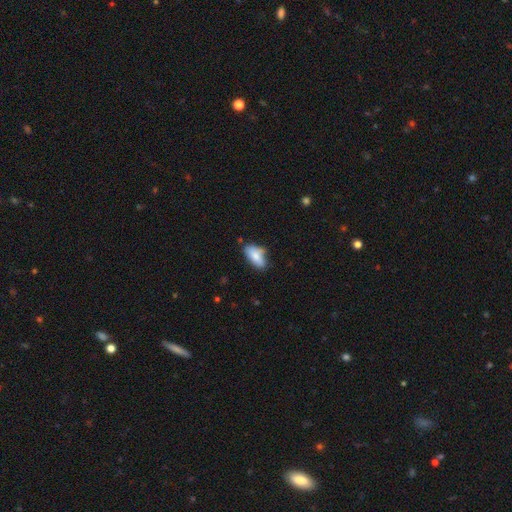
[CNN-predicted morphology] Q: Smooth or featured?
A: smooth (78%); runner-up: featured or disk (15%)
Q: How rounded?
A: in between (88%); runner-up: cigar-shaped (9%)
Q: Merging?
A: none (61%); runner-up: minor disturbance (27%)